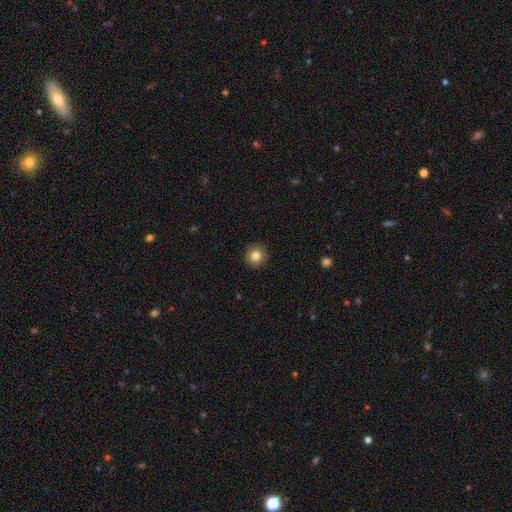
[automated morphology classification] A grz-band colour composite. It shows a smooth galaxy with no disk features (83%) that is round (94%). Merging: none (92%).